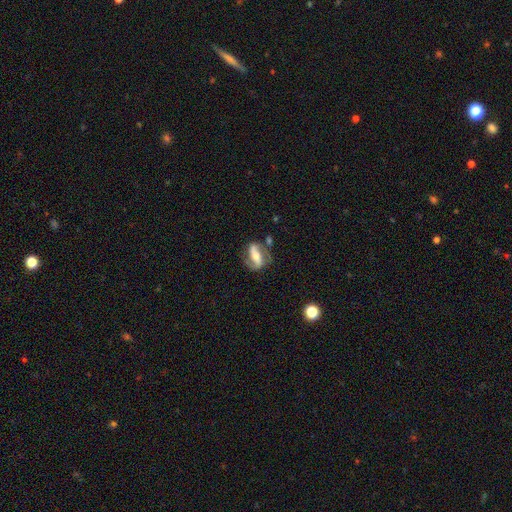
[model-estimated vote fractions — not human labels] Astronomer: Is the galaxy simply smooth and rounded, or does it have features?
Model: featured or disk — 72%.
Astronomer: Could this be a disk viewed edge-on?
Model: no — 88%.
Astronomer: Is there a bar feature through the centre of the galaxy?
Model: strong — 63%.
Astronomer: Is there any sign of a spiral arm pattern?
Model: yes — 83%.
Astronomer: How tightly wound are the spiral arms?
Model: medium — 40% (runner-up: loose, 36%).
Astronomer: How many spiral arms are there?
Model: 2 — 87%.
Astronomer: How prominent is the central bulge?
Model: moderate — 55% (runner-up: small, 31%).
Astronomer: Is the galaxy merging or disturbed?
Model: none — 66%.